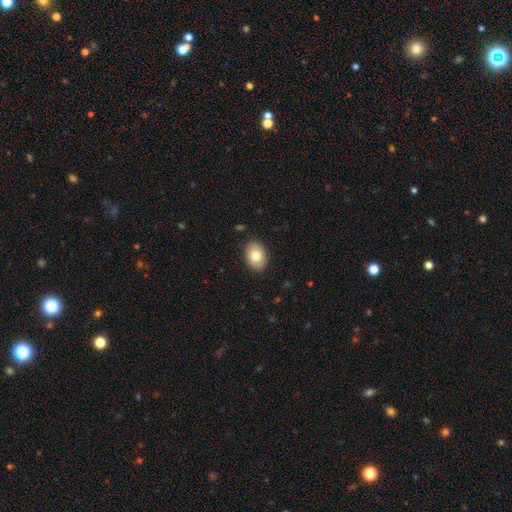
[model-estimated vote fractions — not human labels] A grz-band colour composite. It shows a smooth galaxy with no disk features (80%) that is in between round and cigar-shaped (77%). Merging: none (88%).